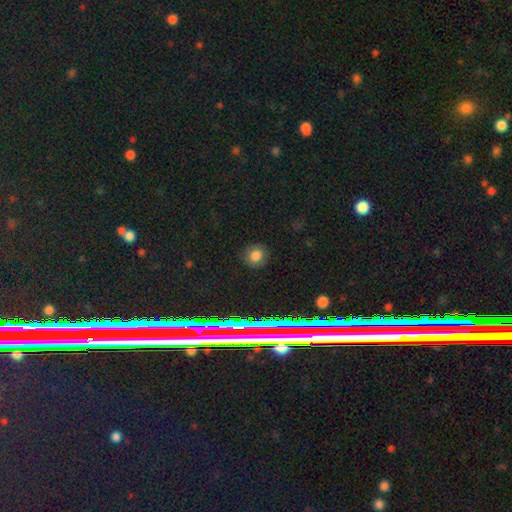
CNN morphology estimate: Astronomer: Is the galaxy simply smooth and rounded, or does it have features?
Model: smooth — 76%.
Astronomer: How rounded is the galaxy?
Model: round — 87%.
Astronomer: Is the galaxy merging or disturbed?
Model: none — 88%.